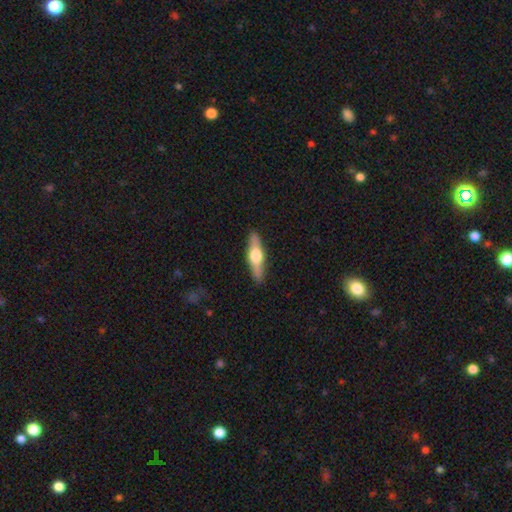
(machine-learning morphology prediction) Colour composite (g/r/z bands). It shows a featured or disk galaxy (55%) viewed edge-on (93%) with a rounded central bulge (94%). Merging: none (89%).